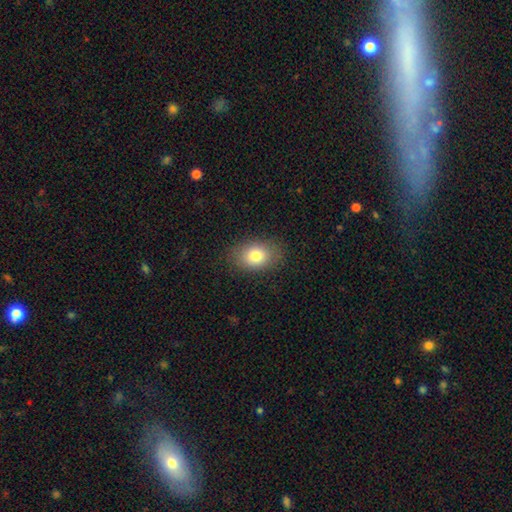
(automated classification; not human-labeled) A smooth galaxy with no disk features (80%) that is in between round and cigar-shaped (73%).

Vote fractions:
- Smooth or featured? smooth: 80% / featured or disk: 10% / star or artifact: 9%
- How rounded? in between: 73% / round: 26% / cigar-shaped: 1%
- Merging? none: 84% / minor disturbance: 11% / major disturbance: 4% / merger: 1%